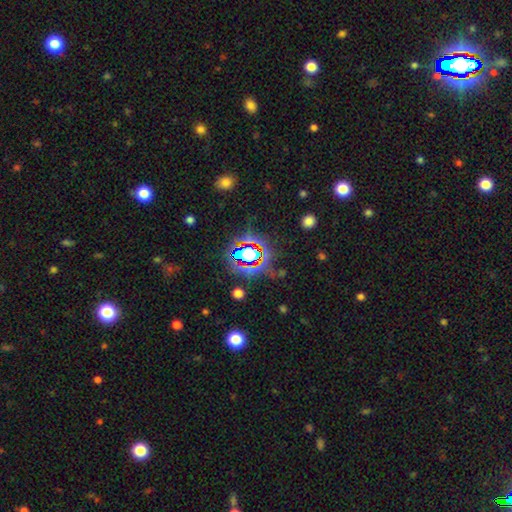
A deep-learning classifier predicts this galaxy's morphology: Overall: star or artifact (77%).